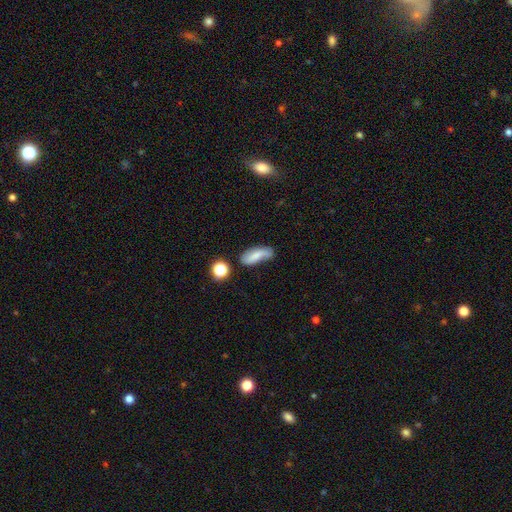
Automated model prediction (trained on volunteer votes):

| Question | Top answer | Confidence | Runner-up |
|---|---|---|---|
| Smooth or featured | smooth | 54% | featured or disk (36%) |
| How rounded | in between | 75% | cigar-shaped (19%) |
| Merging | none | 52% | minor disturbance (29%) |